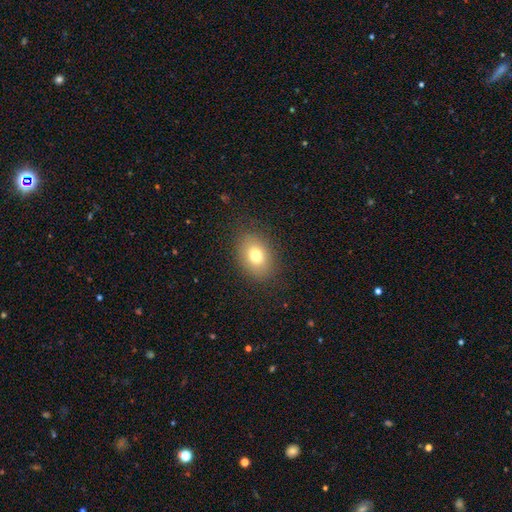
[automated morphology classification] Overall: smooth (76%). How rounded: in between (72%). Merging: none (84%).